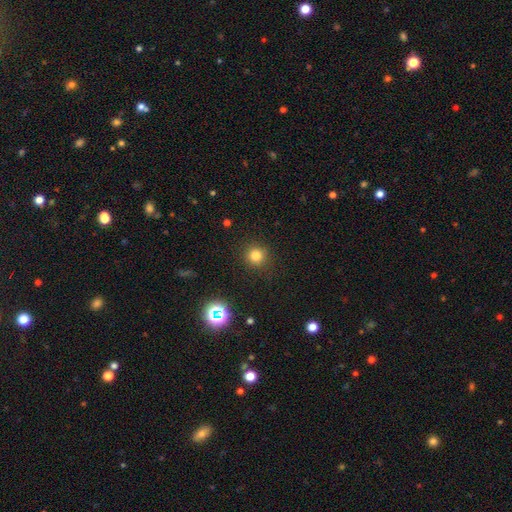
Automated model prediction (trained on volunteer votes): Smooth or featured?
  - smooth: 78% *
  - star or artifact: 16%
  - featured or disk: 6%
How rounded?
  - round: 94% *
  - in between: 6%
  - cigar-shaped: 1%
Merging?
  - none: 90% *
  - minor disturbance: 6%
  - major disturbance: 2%
  - merger: 1%